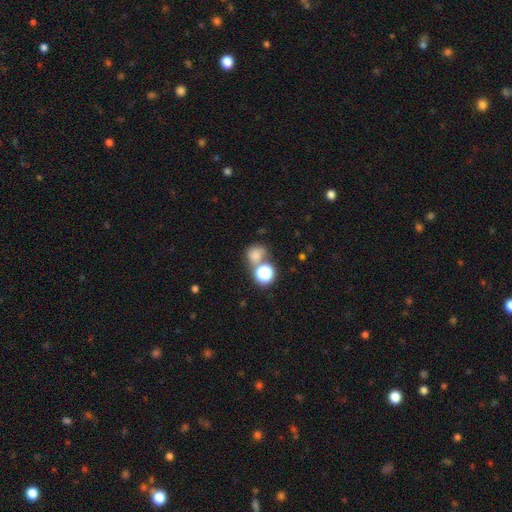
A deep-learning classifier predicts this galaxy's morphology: Smooth or featured: smooth — 69% (star or artifact — 21%)
How rounded: round — 75% (in between — 24%)
Merging: none — 46% (merger — 35%)